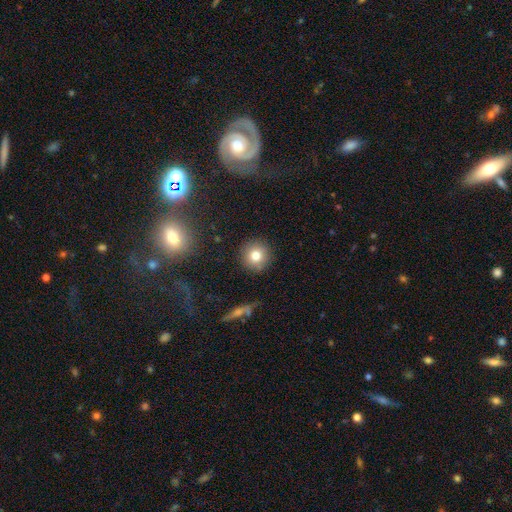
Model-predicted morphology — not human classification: smooth-or-featured: smooth: 78% | star or artifact: 12% | featured or disk: 10%
  how-rounded: round: 94% | in between: 5% | cigar-shaped: 1%
  merging: none: 89% | minor disturbance: 7% | major disturbance: 2% | merger: 2%